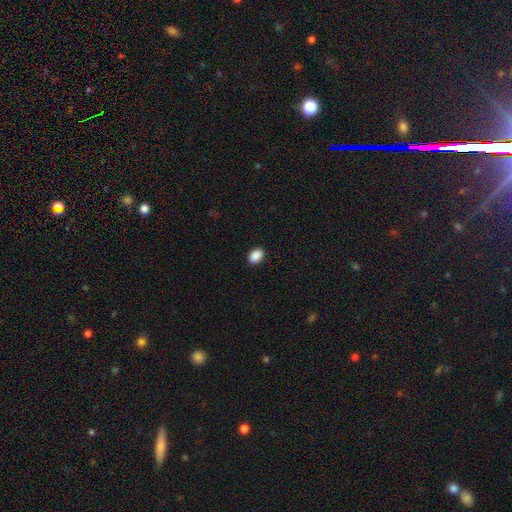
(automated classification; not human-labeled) smooth-or-featured: smooth: 90% | star or artifact: 8% | featured or disk: 2%
  how-rounded: in between: 79% | round: 20% | cigar-shaped: 1%
  merging: none: 91% | minor disturbance: 7% | major disturbance: 2% | merger: 1%